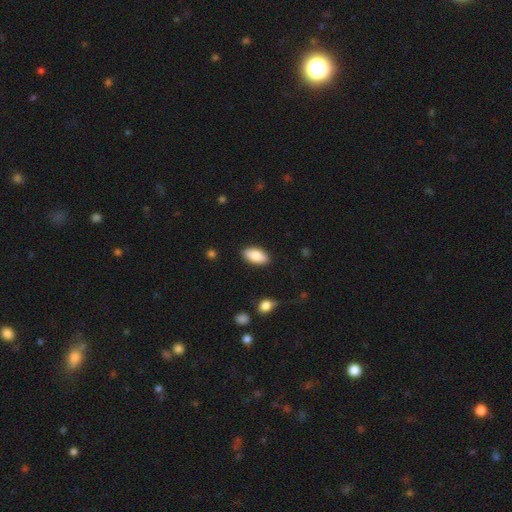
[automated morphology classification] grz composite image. It shows a smooth galaxy with no disk features (84%) that is in between round and cigar-shaped (93%). Merging: none (88%).